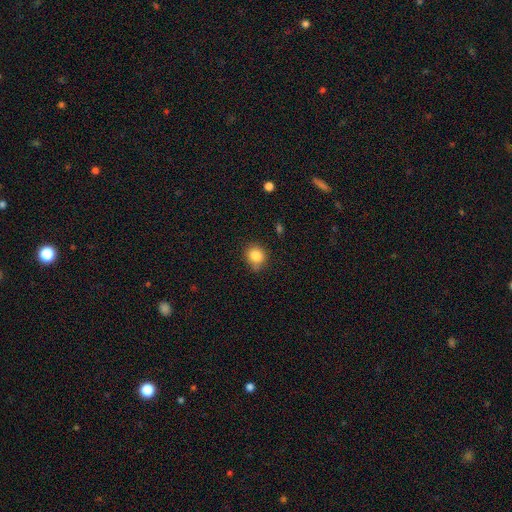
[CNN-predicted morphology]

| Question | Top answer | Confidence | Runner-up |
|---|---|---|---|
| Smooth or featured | smooth | 85% | star or artifact (10%) |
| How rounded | round | 78% | in between (21%) |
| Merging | none | 70% | minor disturbance (23%) |